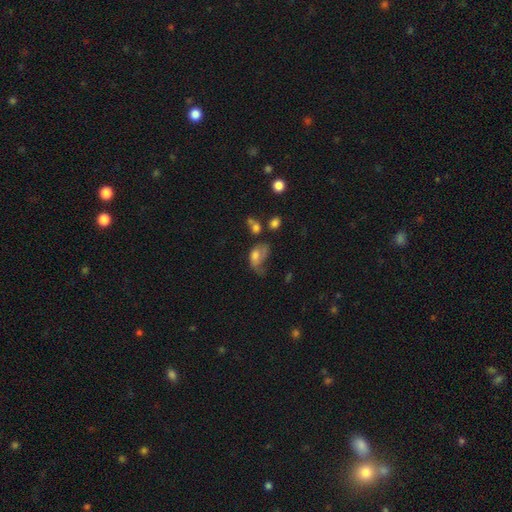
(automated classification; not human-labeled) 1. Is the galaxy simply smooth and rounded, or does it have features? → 54% smooth, 35% featured or disk, 11% star or artifact.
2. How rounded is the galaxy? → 83% in between, 14% round, 2% cigar-shaped.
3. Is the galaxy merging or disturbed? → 50% major disturbance, 22% minor disturbance, 17% none, 10% merger.